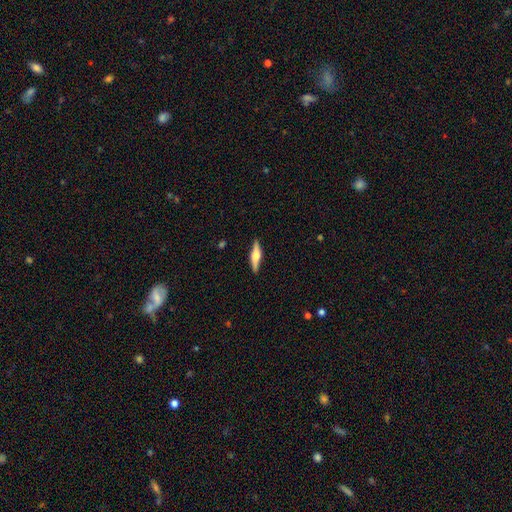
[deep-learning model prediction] A featured or disk galaxy (63%) viewed edge-on (96%) with a rounded central bulge (91%). Merging: none (89%).